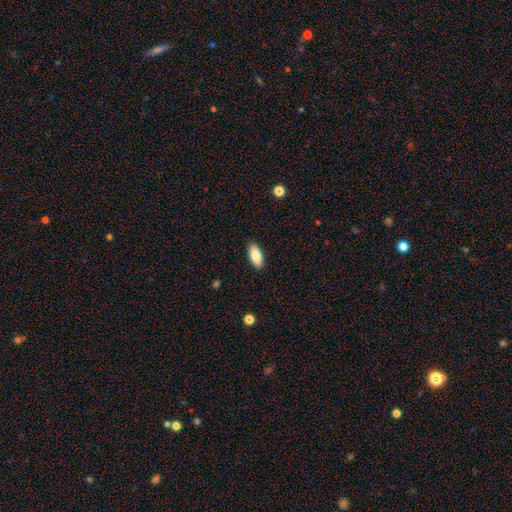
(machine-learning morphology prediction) type=smooth (84%); roundness=in between (85%); merging=none (89%).